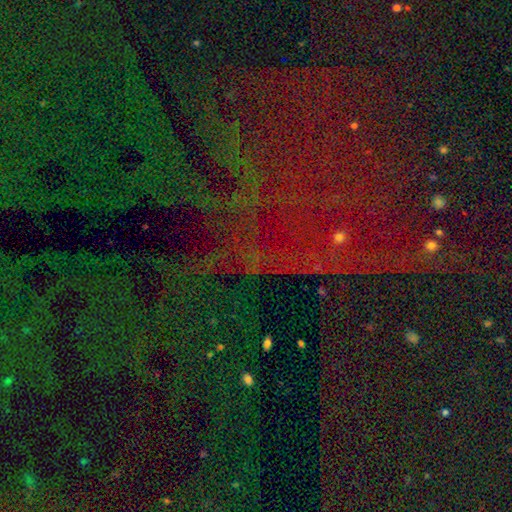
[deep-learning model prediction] This appears to be a star or artifact, not a galaxy (81%).